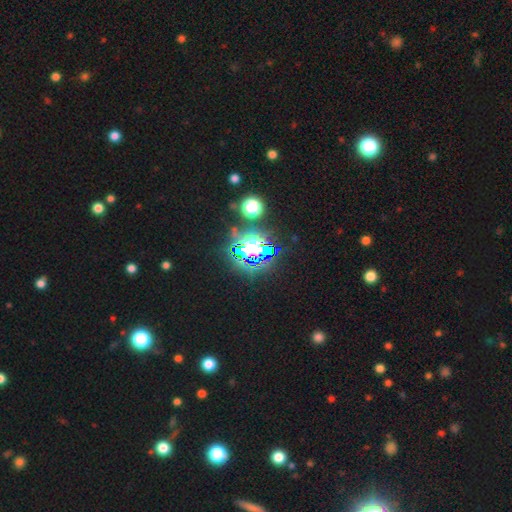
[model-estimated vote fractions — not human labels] smooth-or-featured: star or artifact: 82% | smooth: 12% | featured or disk: 6%